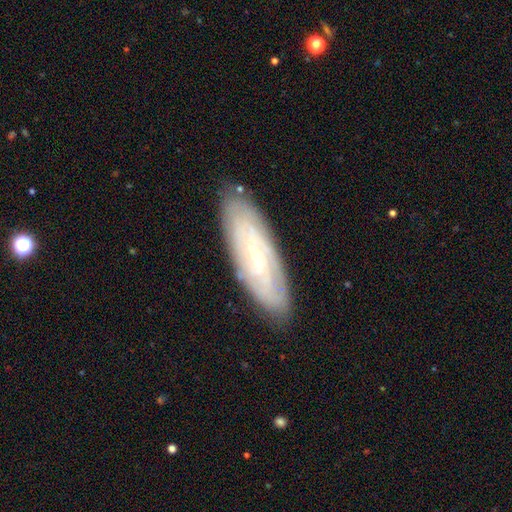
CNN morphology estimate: smooth_or_featured: featured or disk (p=0.73) [alt: smooth p=0.20]
disk_edge_on: no (p=0.83) [alt: yes p=0.17]
bar: no (p=0.43) [alt: weak p=0.41]
has_spiral_arms: yes (p=0.87) [alt: no p=0.13]
spiral_winding: tight (p=0.70) [alt: medium p=0.24]
spiral_arm_count: can't tell (p=0.53) [alt: 2 p=0.22]
bulge_size: small (p=0.79) [alt: moderate p=0.17]
merging: none (p=0.84) [alt: minor disturbance p=0.12]